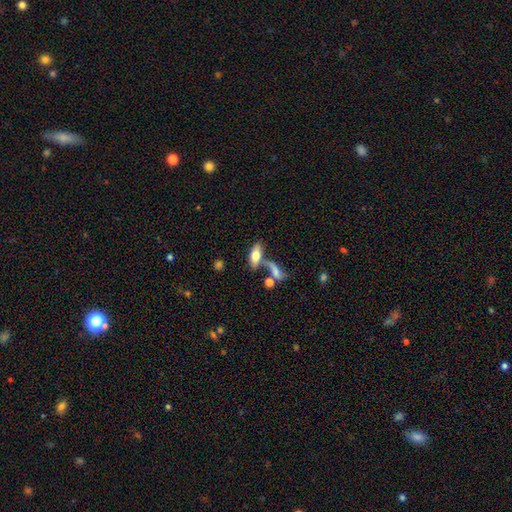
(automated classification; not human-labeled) This appears to be a smooth galaxy with no disk features (69%) that is in between round and cigar-shaped (78%). Merging: none (43%).